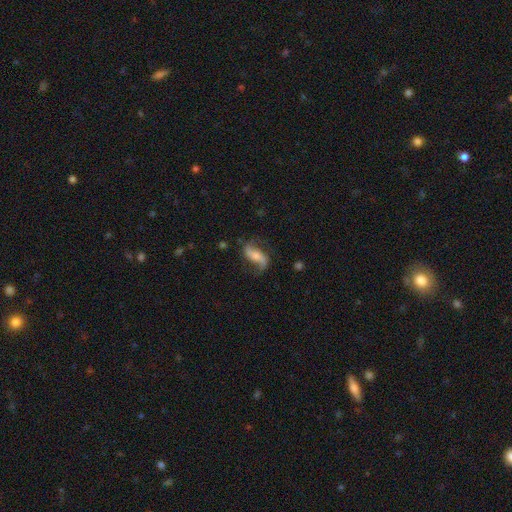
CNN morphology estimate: Q: Smooth or featured?
A: featured or disk (75%); runner-up: smooth (18%)
Q: Edge-on disk?
A: no (93%); runner-up: yes (7%)
Q: Bar?
A: no (37%); runner-up: weak (32%)
Q: Spiral arms?
A: yes (93%); runner-up: no (7%)
Q: Spiral winding?
A: loose (72%); runner-up: medium (21%)
Q: Spiral arm count?
A: 2 (90%); runner-up: 1 (4%)
Q: Bulge size?
A: moderate (42%); runner-up: small (41%)
Q: Merging?
A: none (70%); runner-up: minor disturbance (18%)